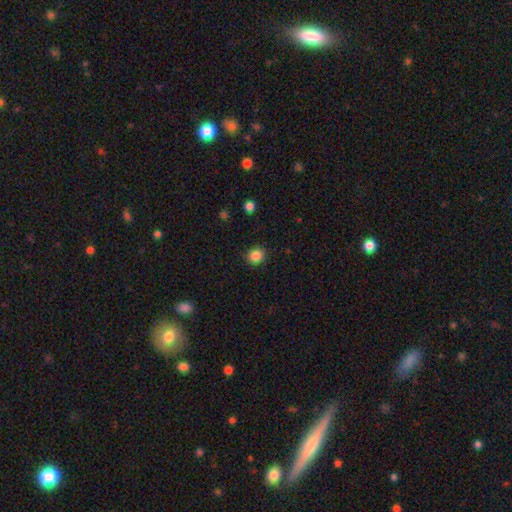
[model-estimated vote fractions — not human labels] smooth-or-featured: smooth: 86% | star or artifact: 11% | featured or disk: 3%
  how-rounded: round: 86% | in between: 13% | cigar-shaped: 1%
  merging: none: 90% | minor disturbance: 7% | major disturbance: 2% | merger: 1%